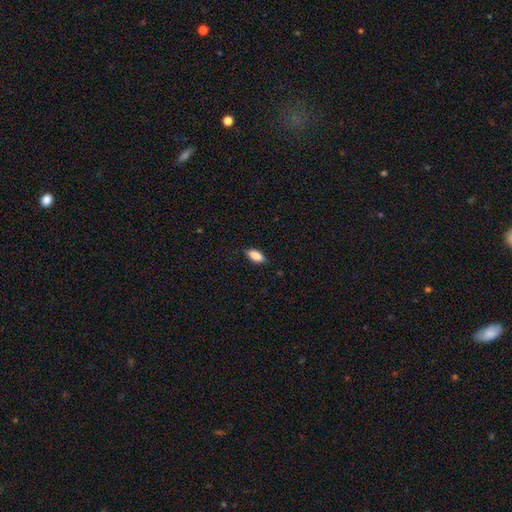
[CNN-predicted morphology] Smooth or featured? Predicted: smooth (p=0.86). How rounded? Predicted: in between (p=0.85). Merging? Predicted: none (p=0.85).